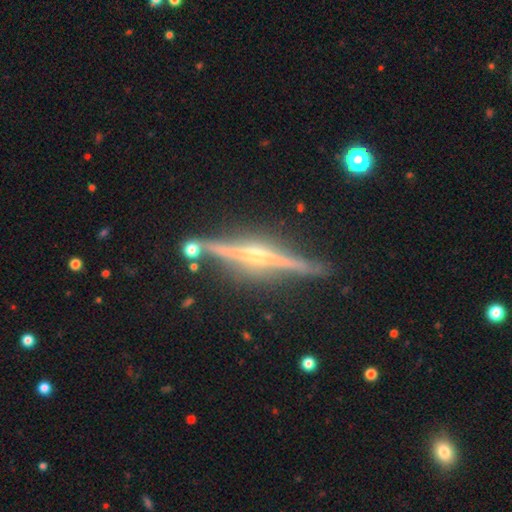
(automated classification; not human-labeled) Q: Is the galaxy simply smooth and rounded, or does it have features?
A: featured or disk — 87%.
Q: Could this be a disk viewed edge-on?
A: yes — 98%.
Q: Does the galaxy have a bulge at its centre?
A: rounded — 72%.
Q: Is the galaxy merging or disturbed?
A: none — 86%.